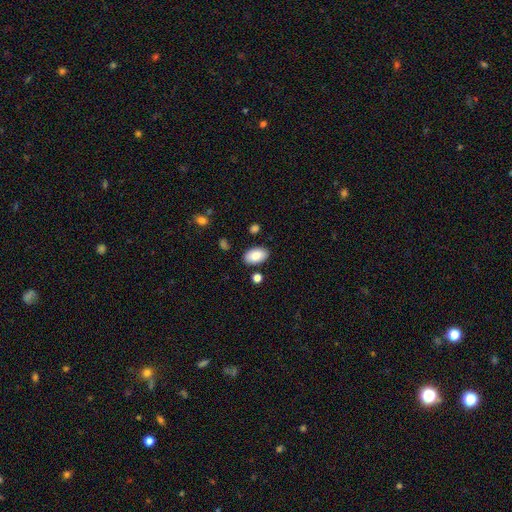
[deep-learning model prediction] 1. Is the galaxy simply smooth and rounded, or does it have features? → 85% smooth, 8% featured or disk, 7% star or artifact.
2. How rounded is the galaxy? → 93% in between, 6% round, 1% cigar-shaped.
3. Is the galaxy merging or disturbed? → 84% none, 10% minor disturbance, 3% merger, 2% major disturbance.